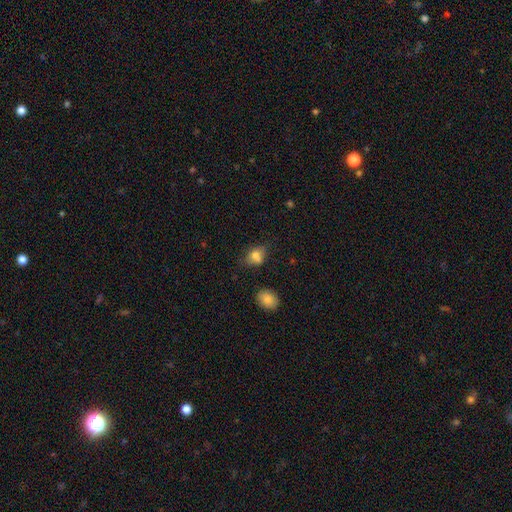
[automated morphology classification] Q: Smooth or featured?
A: smooth (77%); runner-up: featured or disk (12%)
Q: How rounded?
A: in between (62%); runner-up: round (36%)
Q: Merging?
A: none (58%); runner-up: minor disturbance (24%)